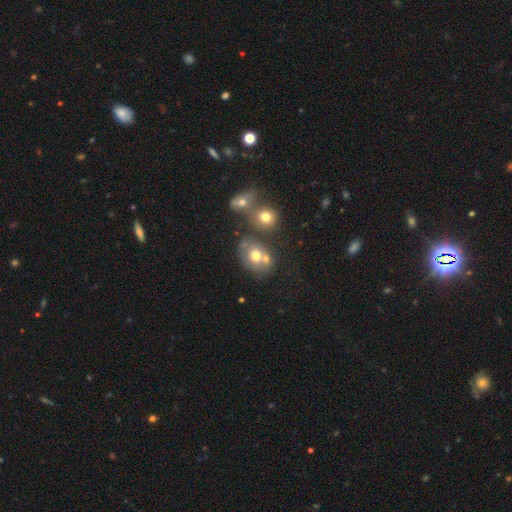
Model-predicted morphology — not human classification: type=smooth (63%); roundness=round (55%); merging=none (43%).